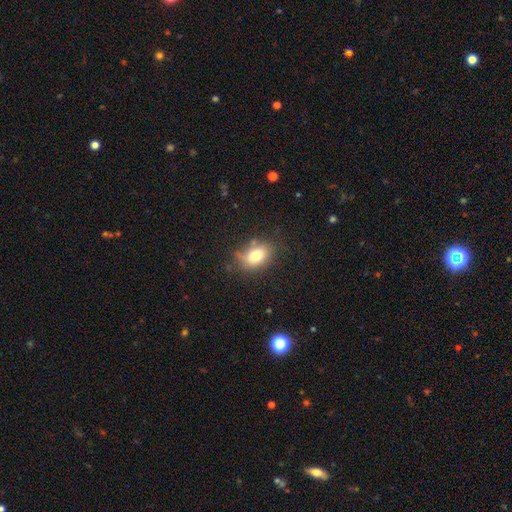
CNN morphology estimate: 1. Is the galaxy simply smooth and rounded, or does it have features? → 76% smooth, 13% featured or disk, 11% star or artifact.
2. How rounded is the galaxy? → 76% in between, 23% round, 2% cigar-shaped.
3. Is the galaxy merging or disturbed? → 67% none, 22% minor disturbance, 7% major disturbance, 4% merger.